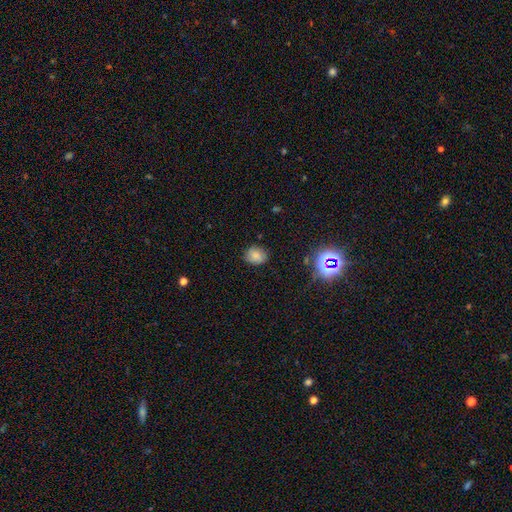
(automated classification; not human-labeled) A smooth galaxy with no disk features (78%) that is round (58%).

Vote fractions:
- Smooth or featured? smooth: 78% / star or artifact: 14% / featured or disk: 8%
- How rounded? round: 58% / in between: 41% / cigar-shaped: 1%
- Merging? none: 83% / minor disturbance: 13% / major disturbance: 3% / merger: 1%